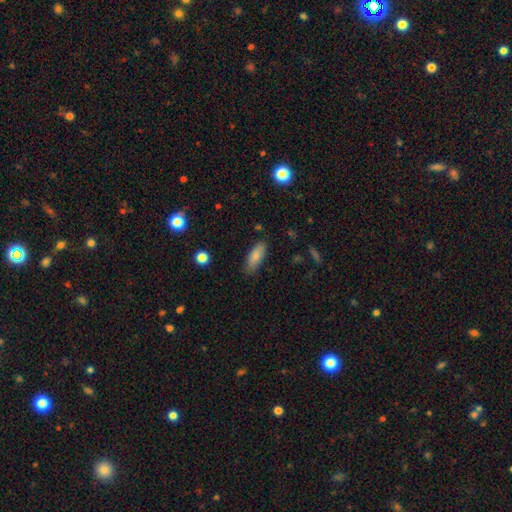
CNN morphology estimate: Smooth or featured? smooth (84%)
How rounded? in between (75%)
Merging? none (83%)